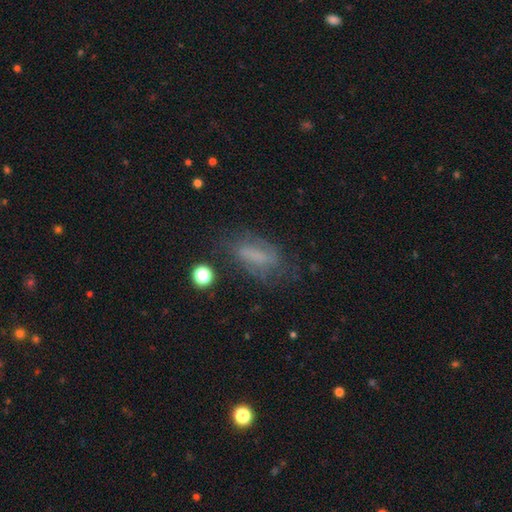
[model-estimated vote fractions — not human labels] This is possibly a smooth galaxy (48%). Merging: possibly none (57%).